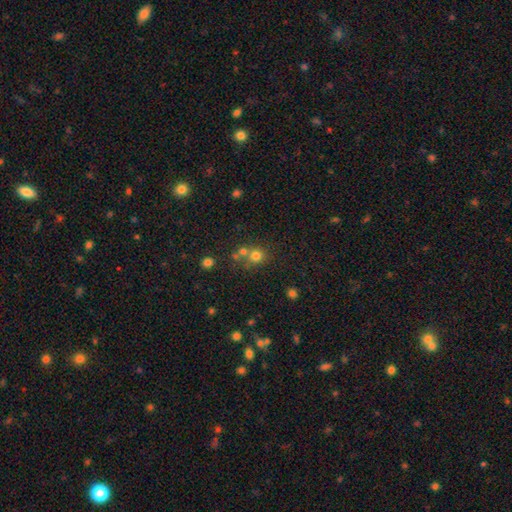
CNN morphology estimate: Q: Smooth or featured?
A: smooth (73%); runner-up: star or artifact (17%)
Q: How rounded?
A: round (87%); runner-up: in between (12%)
Q: Merging?
A: none (56%); runner-up: merger (32%)